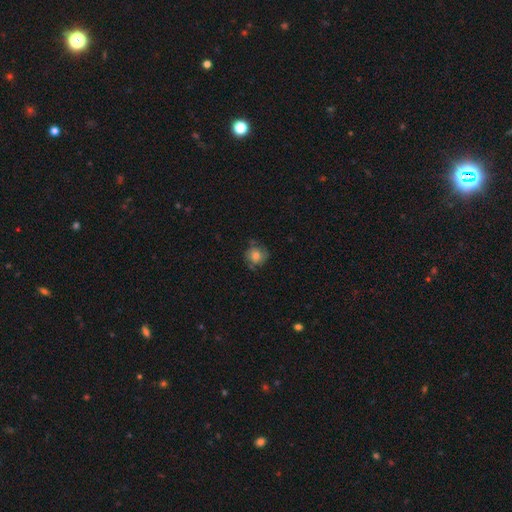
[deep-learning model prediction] Smooth or featured: smooth — 52% (featured or disk — 39%)
How rounded: round — 82% (in between — 17%)
Merging: none — 66% (minor disturbance — 22%)